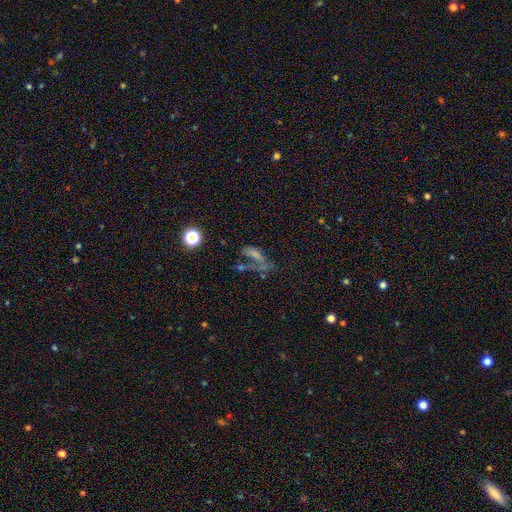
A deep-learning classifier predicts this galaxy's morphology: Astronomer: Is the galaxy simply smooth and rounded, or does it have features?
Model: smooth — 46% (runner-up: featured or disk, 29%).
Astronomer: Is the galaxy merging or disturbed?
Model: major disturbance — 36% (runner-up: none, 27%).